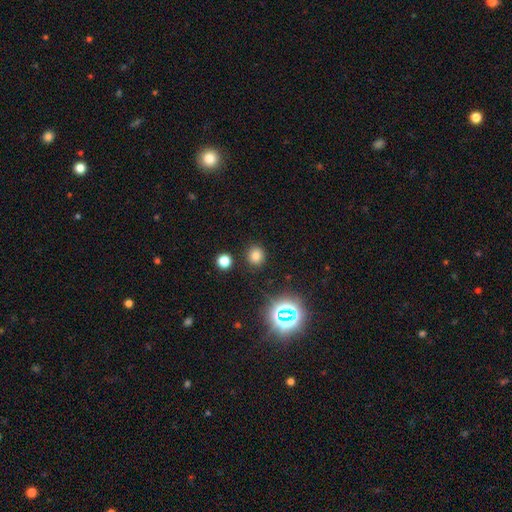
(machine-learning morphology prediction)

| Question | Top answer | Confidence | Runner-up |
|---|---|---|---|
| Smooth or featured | smooth | 75% | star or artifact (19%) |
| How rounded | round | 82% | in between (17%) |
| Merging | none | 87% | minor disturbance (7%) |